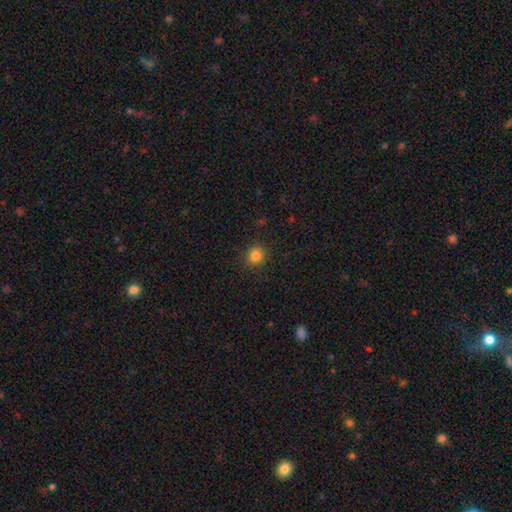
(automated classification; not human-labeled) smooth 83%, star or artifact 12%, featured or disk 5%. Down the decision tree: how rounded — round (89%); merging — none (90%).